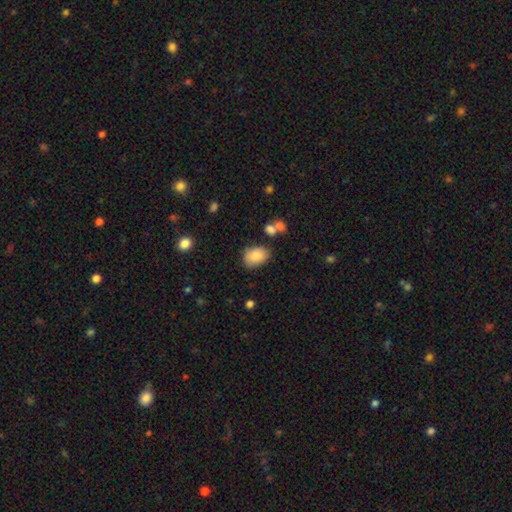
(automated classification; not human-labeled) smooth_or_featured: smooth (p=0.86) [alt: star or artifact p=0.08]
how_rounded: in between (p=0.81) [alt: round p=0.18]
merging: none (p=0.70) [alt: minor disturbance p=0.19]